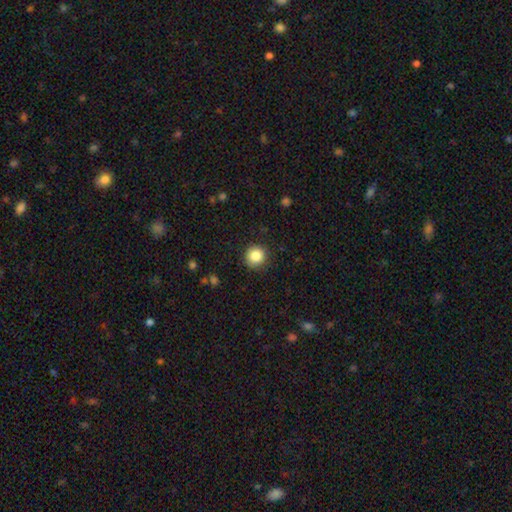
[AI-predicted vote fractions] This is clearly a smooth galaxy (85%). How rounded: clearly round (94%). Merging: clearly none (89%).